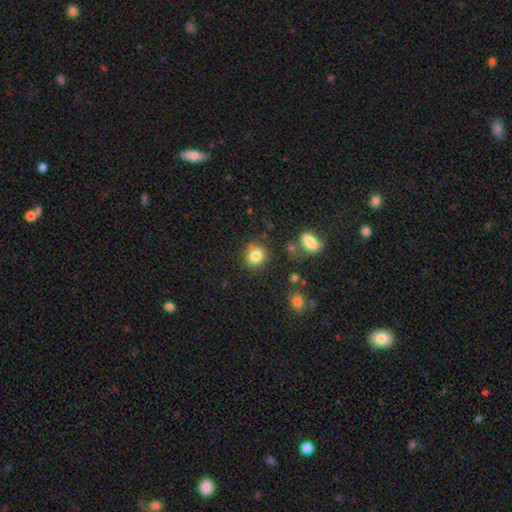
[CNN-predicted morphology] A smooth galaxy with no disk features (83%) that is round (82%).

Vote fractions:
- Smooth or featured? smooth: 83% / star or artifact: 10% / featured or disk: 6%
- How rounded? round: 82% / in between: 17% / cigar-shaped: 1%
- Merging? none: 78% / minor disturbance: 13% / merger: 5% / major disturbance: 4%